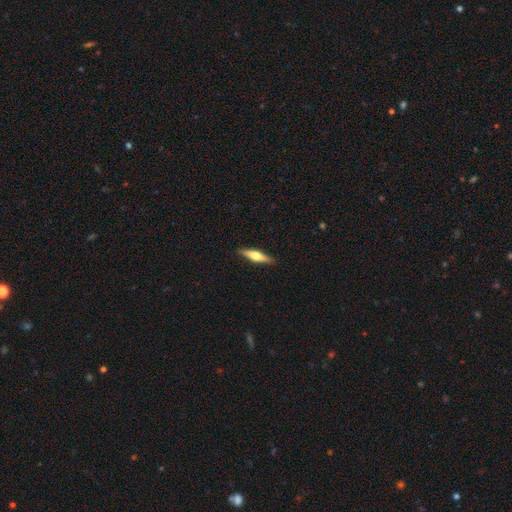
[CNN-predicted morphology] Smooth or featured?
  - featured or disk: 51% *
  - smooth: 44%
  - star or artifact: 5%
Edge-on disk?
  - yes: 94% *
  - no: 6%
Merging?
  - none: 89% *
  - minor disturbance: 8%
  - major disturbance: 2%
  - merger: 1%